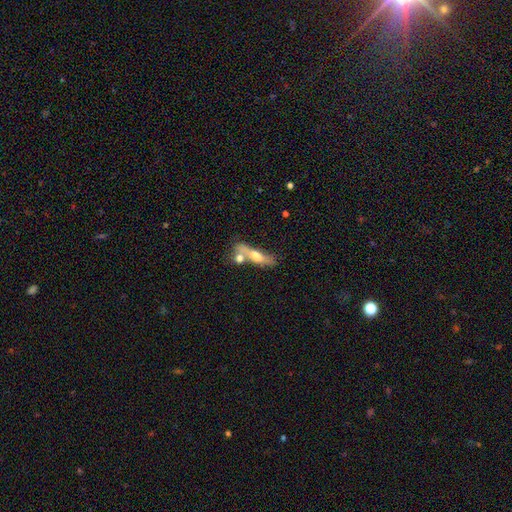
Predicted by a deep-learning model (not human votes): Smooth or featured? Predicted: smooth (p=0.49). Merging? Predicted: none (p=0.44).